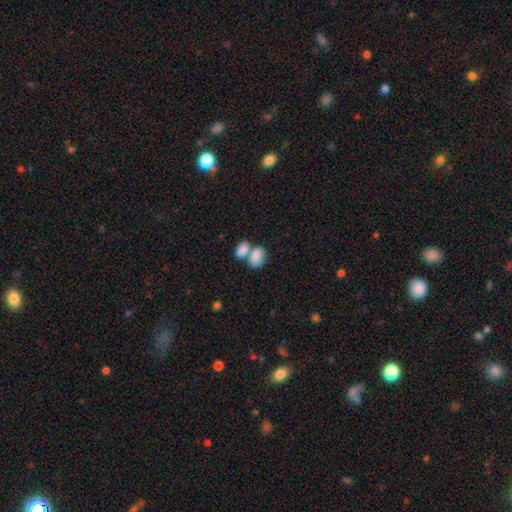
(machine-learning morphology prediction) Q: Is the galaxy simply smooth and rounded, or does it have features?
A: smooth — 83%.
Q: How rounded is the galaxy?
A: in between — 84%.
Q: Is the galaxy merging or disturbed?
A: merger — 62%.